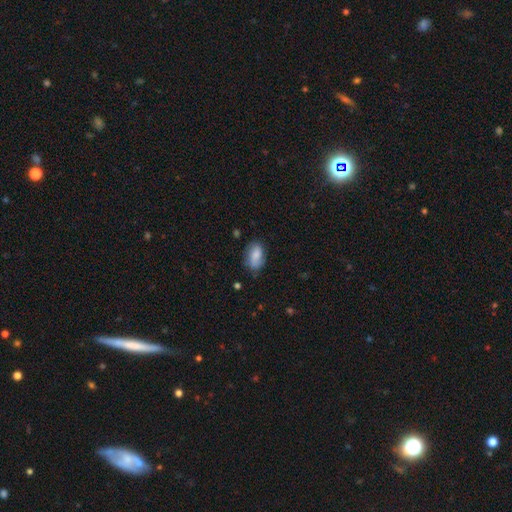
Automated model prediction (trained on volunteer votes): Q: Smooth or featured?
A: smooth (75%); runner-up: featured or disk (18%)
Q: How rounded?
A: in between (89%); runner-up: round (9%)
Q: Merging?
A: none (68%); runner-up: minor disturbance (24%)